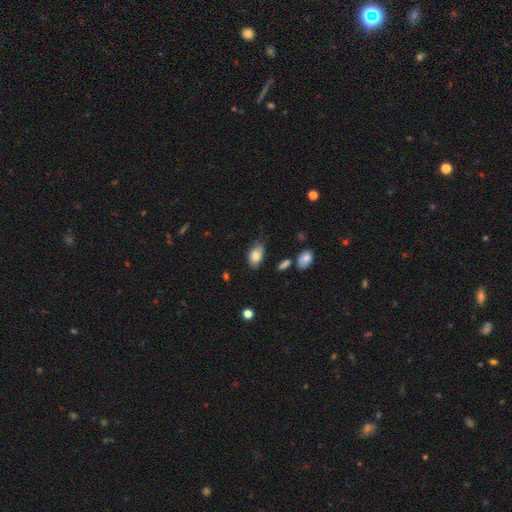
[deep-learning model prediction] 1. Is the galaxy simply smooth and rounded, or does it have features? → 81% smooth, 12% featured or disk, 7% star or artifact.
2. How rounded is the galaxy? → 92% in between, 6% round, 2% cigar-shaped.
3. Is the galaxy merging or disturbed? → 62% none, 29% minor disturbance, 6% major disturbance, 3% merger.